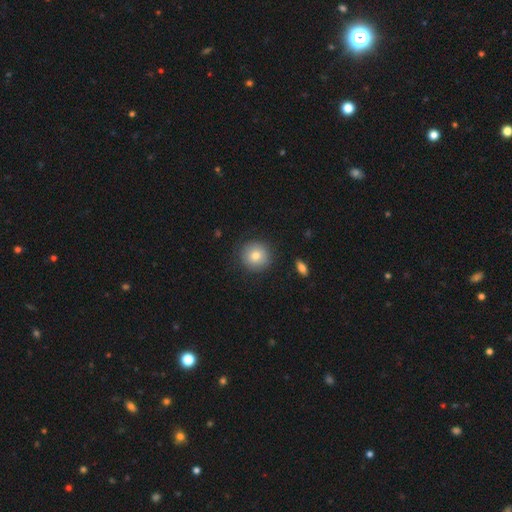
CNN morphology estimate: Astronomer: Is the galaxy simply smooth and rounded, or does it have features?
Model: smooth — 78%.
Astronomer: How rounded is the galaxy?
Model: round — 93%.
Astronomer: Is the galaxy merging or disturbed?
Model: none — 87%.